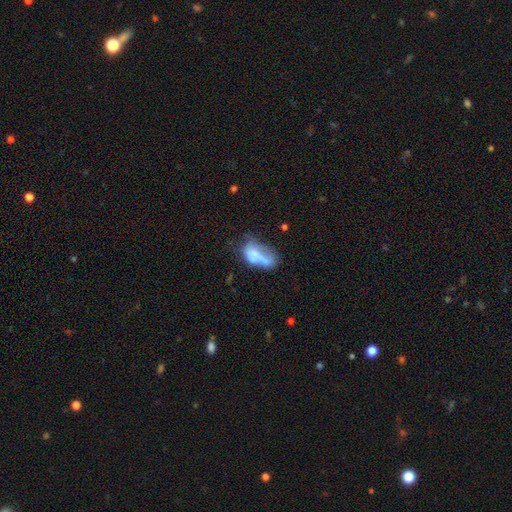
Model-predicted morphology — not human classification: This appears to be a smooth galaxy with no disk features (55%) that is in between round and cigar-shaped (87%). Merging: major disturbance (28%).